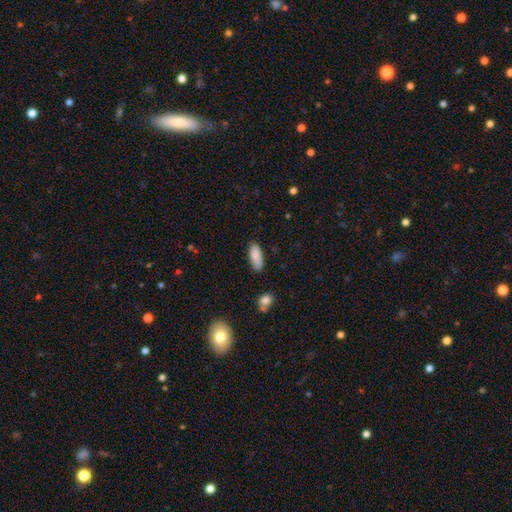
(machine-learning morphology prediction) The model was most divided on "how rounded": in between: 79%, cigar-shaped: 19%, round: 2%. More confident: smooth or featured — smooth (87%); merging — none (79%).